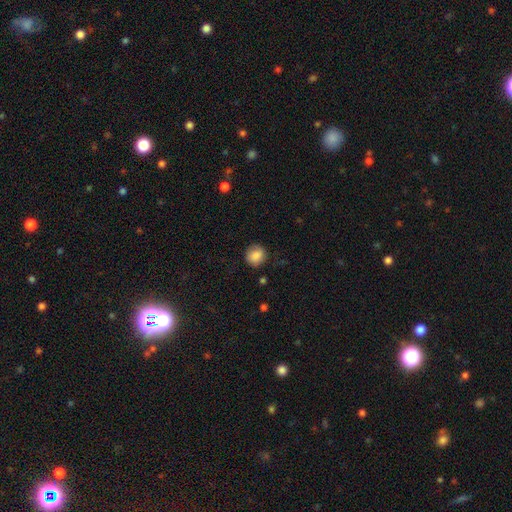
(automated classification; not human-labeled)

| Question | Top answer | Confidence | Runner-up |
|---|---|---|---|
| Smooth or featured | smooth | 86% | star or artifact (8%) |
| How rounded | round | 85% | in between (14%) |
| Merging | none | 82% | minor disturbance (13%) |